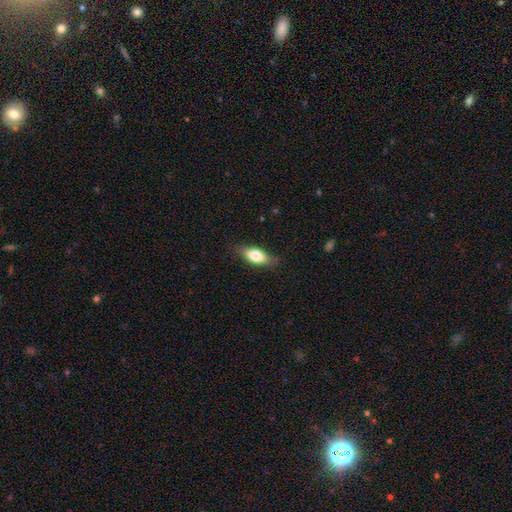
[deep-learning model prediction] smooth 73%, featured or disk 20%, star or artifact 7%. Down the decision tree: how rounded — in between (79%); merging — none (79%).